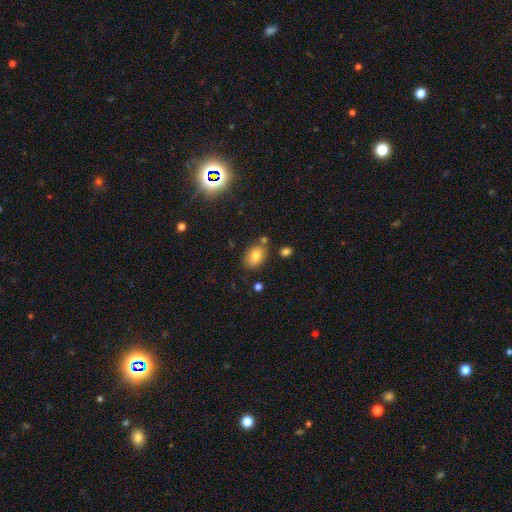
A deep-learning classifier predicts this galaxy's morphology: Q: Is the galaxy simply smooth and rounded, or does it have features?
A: smooth — 79%.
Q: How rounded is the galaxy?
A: in between — 83%.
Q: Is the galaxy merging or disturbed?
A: none — 75%.